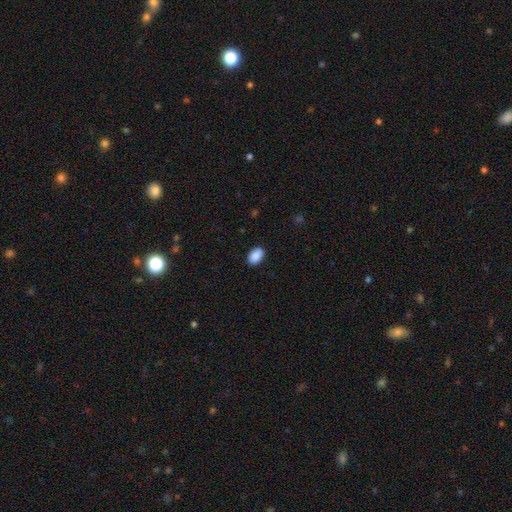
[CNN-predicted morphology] smooth-or-featured: smooth: 90% | star or artifact: 7% | featured or disk: 3%
  how-rounded: in between: 91% | round: 8% | cigar-shaped: 1%
  merging: none: 89% | minor disturbance: 9% | major disturbance: 2% | merger: 1%